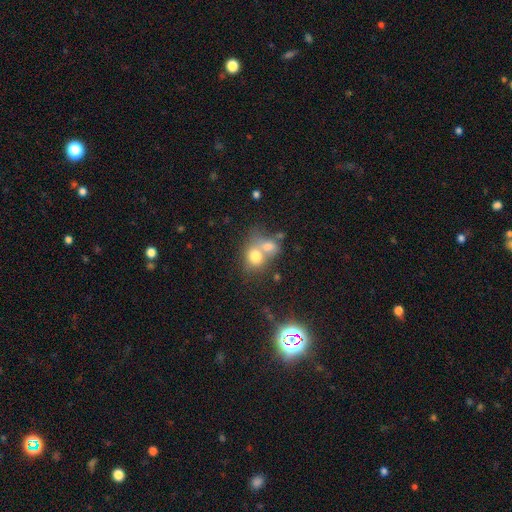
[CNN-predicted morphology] Overall: smooth (73%). How rounded: round (54%; in between 45%). Merging: merger (63%; none 24%).